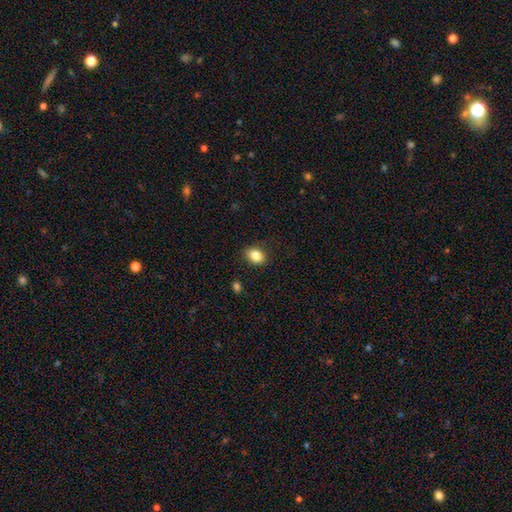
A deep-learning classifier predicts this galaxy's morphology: smooth_or_featured: smooth (p=0.85) [alt: star or artifact p=0.09]
how_rounded: in between (p=0.66) [alt: round p=0.33]
merging: none (p=0.86) [alt: minor disturbance p=0.10]